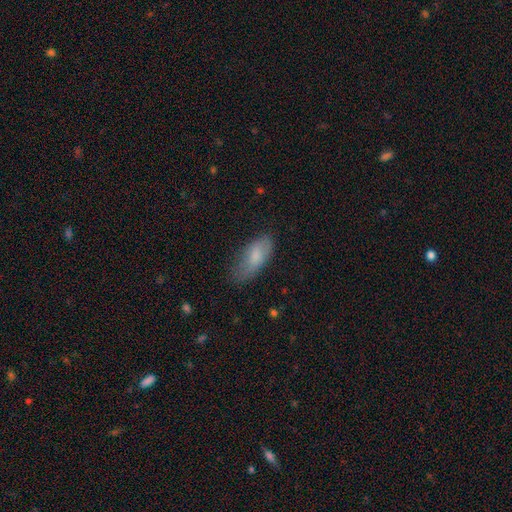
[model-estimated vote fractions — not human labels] This is likely a smooth galaxy (78%). How rounded: clearly in between (81%). Merging: possibly none (60%).